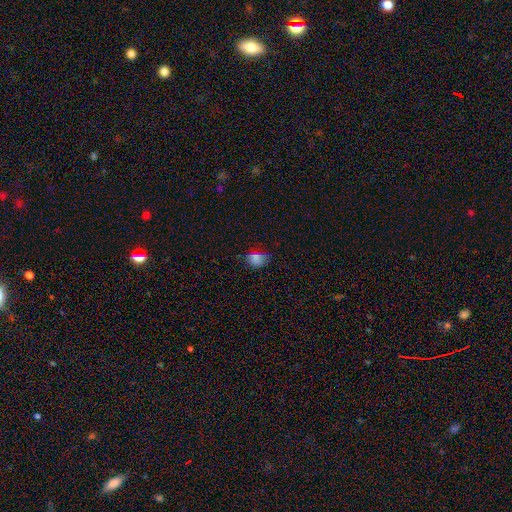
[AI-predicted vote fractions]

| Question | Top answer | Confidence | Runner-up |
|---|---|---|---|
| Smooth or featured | smooth | 72% | star or artifact (19%) |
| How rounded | in between | 68% | round (30%) |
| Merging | none | 56% | minor disturbance (30%) |